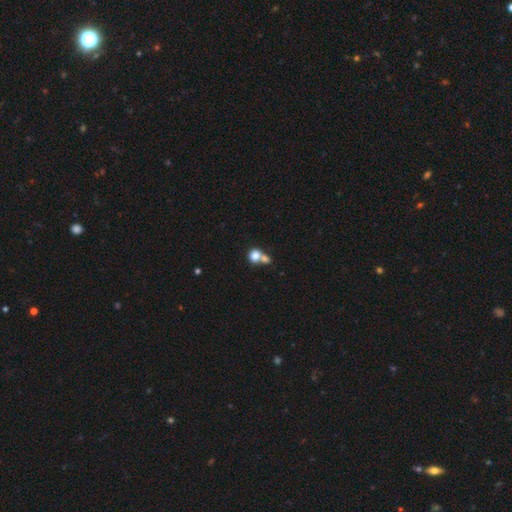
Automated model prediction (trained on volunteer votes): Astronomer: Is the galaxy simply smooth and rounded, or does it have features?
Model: smooth — 80%.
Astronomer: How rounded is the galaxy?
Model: round — 71%.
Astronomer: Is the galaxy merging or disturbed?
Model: merger — 56% (runner-up: none, 32%).